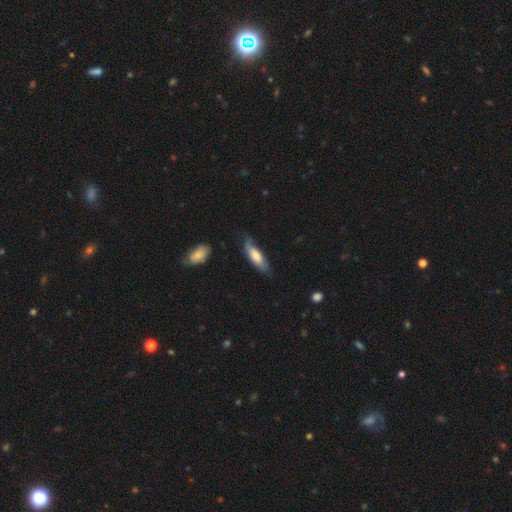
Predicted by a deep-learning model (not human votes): Smooth or featured? Predicted: smooth (p=0.63). How rounded? Predicted: in between (p=0.52). Merging? Predicted: none (p=0.64).